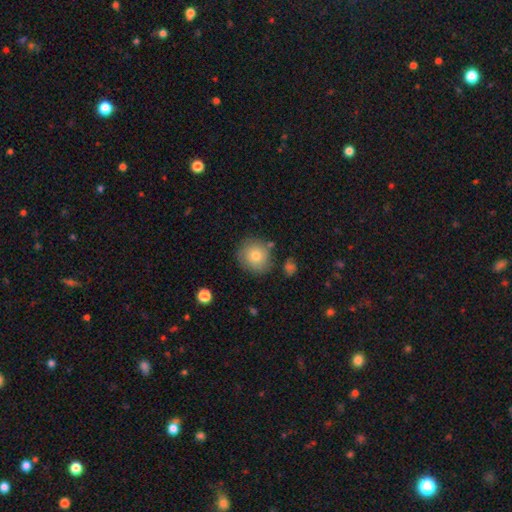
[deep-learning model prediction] smooth-or-featured: smooth: 78% | featured or disk: 13% | star or artifact: 9%
  how-rounded: round: 87% | in between: 12% | cigar-shaped: 1%
  merging: none: 78% | minor disturbance: 14% | merger: 4% | major disturbance: 4%